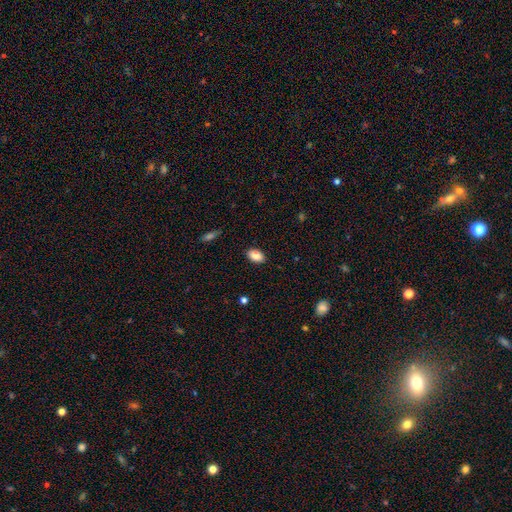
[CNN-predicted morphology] smooth-or-featured: smooth: 88% | star or artifact: 8% | featured or disk: 5%
  how-rounded: in between: 89% | round: 9% | cigar-shaped: 2%
  merging: none: 87% | minor disturbance: 10% | major disturbance: 2% | merger: 1%